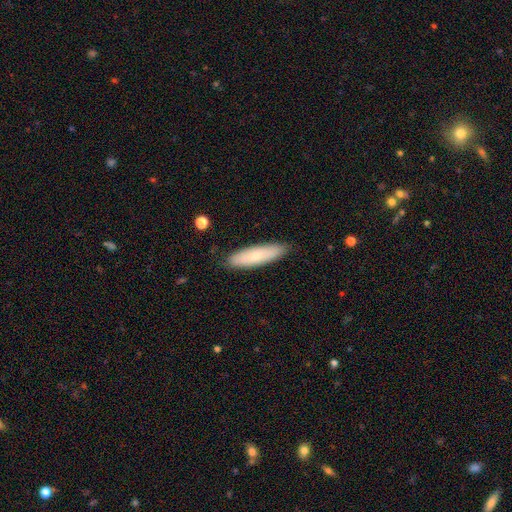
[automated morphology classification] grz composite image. It shows a smooth galaxy with no disk features (74%) that is cigar-shaped (68%). Merging: none (88%).